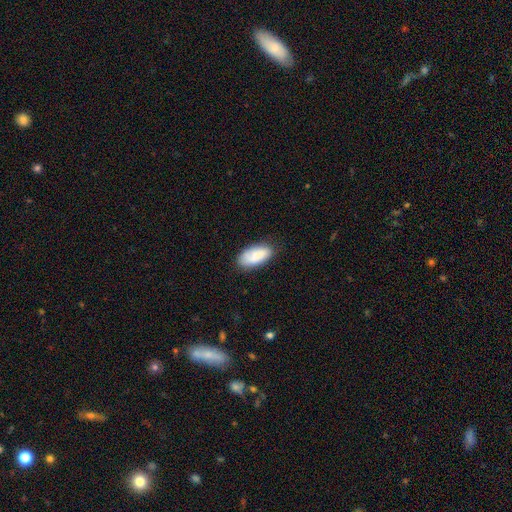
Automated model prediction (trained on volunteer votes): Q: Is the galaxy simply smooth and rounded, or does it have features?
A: smooth — 84%.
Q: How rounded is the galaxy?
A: in between — 92%.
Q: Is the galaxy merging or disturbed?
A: none — 77%.